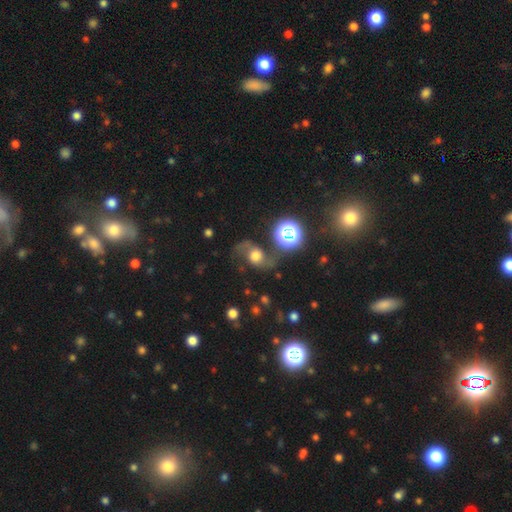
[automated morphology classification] Smooth or featured? Predicted: featured or disk (p=0.60). Edge-on disk? Predicted: no (p=0.95). Bar? Predicted: no (p=0.62). Spiral arms? Predicted: yes (p=0.88). Spiral winding? Predicted: loose (p=0.76). Spiral arm count? Predicted: 2 (p=0.89). Bulge size? Predicted: moderate (p=0.45). Merging? Predicted: none (p=0.56).